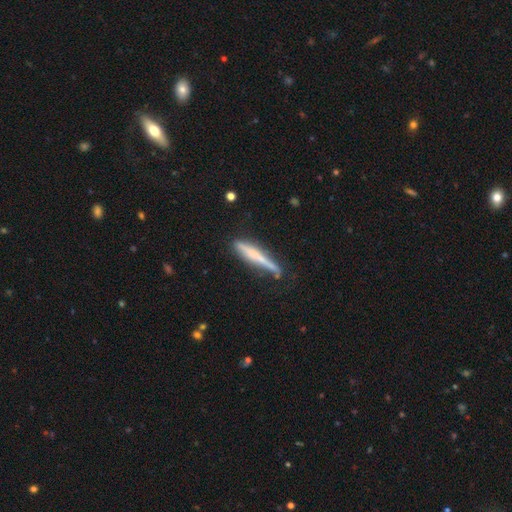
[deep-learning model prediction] Morphology: type=smooth (49%); merging=none (74%).